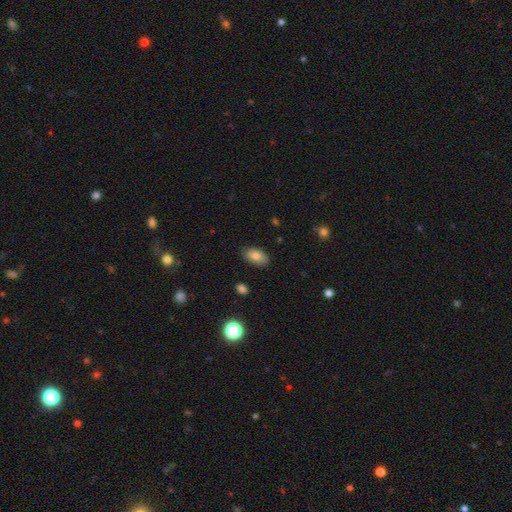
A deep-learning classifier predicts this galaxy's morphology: Smooth or featured?
  - smooth: 82% *
  - featured or disk: 11%
  - star or artifact: 8%
How rounded?
  - in between: 93% *
  - round: 5%
  - cigar-shaped: 2%
Merging?
  - none: 85% *
  - minor disturbance: 11%
  - major disturbance: 2%
  - merger: 1%